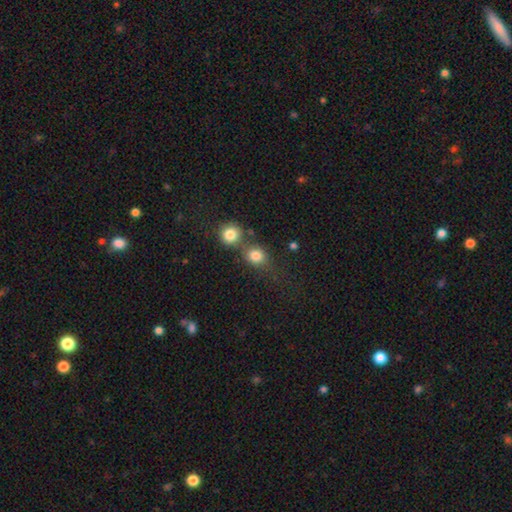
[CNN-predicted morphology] Overall: smooth (81%). How rounded: round (76%). Merging: none (47%; merger 37%).